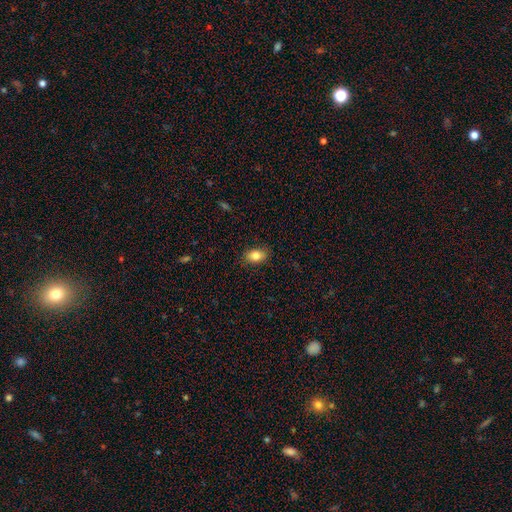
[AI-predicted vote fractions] Morphology: type=smooth (84%); roundness=in between (85%); merging=none (86%).